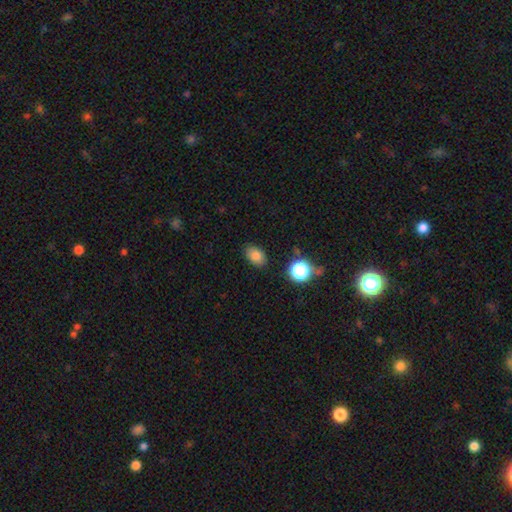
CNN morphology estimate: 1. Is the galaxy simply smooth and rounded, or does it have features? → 80% smooth, 12% star or artifact, 8% featured or disk.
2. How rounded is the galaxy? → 81% in between, 18% round, 1% cigar-shaped.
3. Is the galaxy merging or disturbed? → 85% none, 11% minor disturbance, 3% major disturbance, 2% merger.